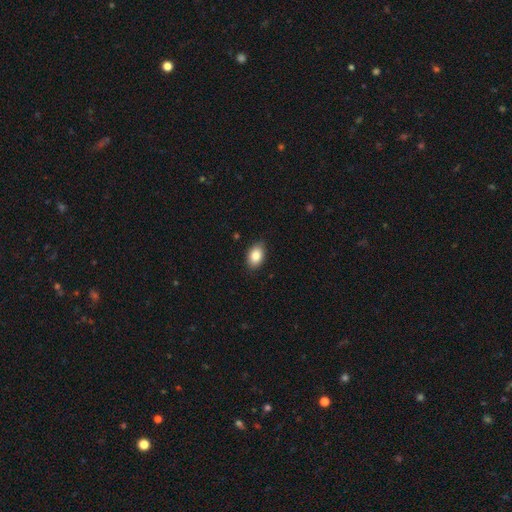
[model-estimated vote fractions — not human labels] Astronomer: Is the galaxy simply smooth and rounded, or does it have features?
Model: smooth — 85%.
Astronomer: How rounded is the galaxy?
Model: in between — 87%.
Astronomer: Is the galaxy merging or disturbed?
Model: none — 87%.